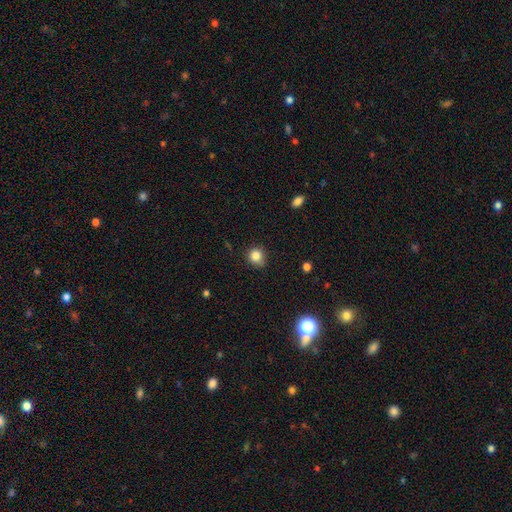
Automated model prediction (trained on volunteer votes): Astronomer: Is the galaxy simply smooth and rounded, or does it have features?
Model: smooth — 83%.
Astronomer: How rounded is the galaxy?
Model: round — 82%.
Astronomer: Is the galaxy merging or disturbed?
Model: none — 75%.